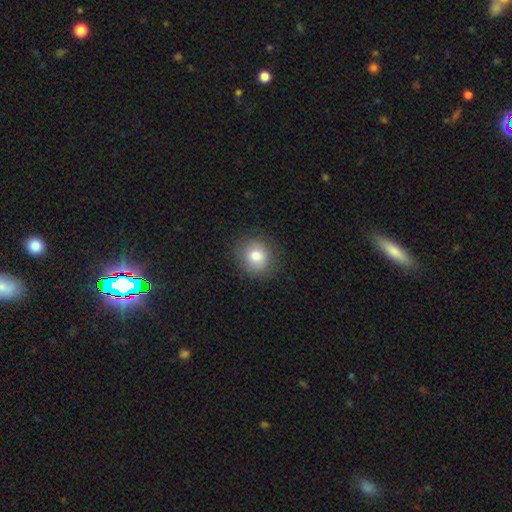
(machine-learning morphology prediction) Smooth or featured?
  - smooth: 80% *
  - star or artifact: 10%
  - featured or disk: 10%
How rounded?
  - round: 83% *
  - in between: 16%
  - cigar-shaped: 1%
Merging?
  - none: 86% *
  - minor disturbance: 10%
  - major disturbance: 3%
  - merger: 1%